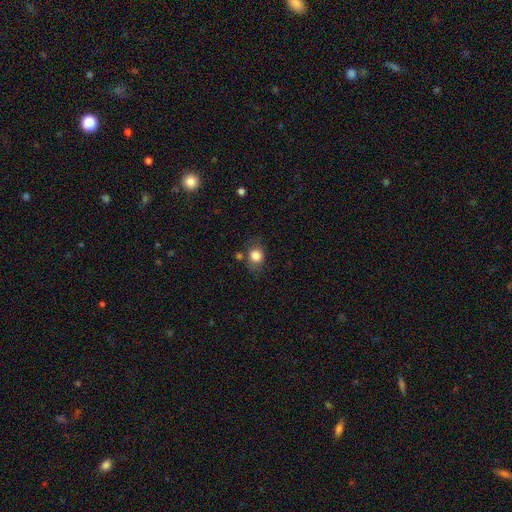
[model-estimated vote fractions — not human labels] Smooth or featured? Predicted: smooth (p=0.81). How rounded? Predicted: round (p=0.62). Merging? Predicted: none (p=0.70).